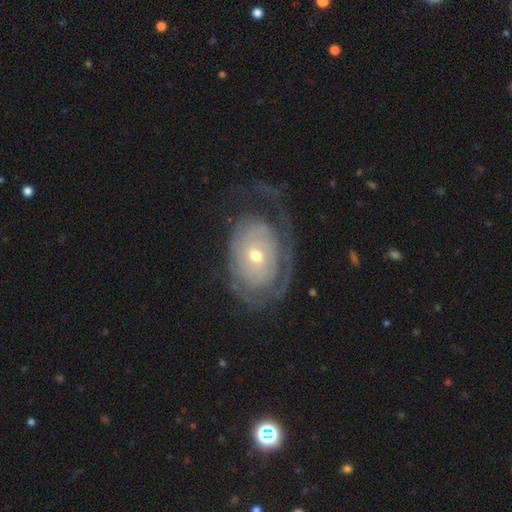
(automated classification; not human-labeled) Overall: featured or disk (74%). Edge-on disk: no (95%). Bar: no (79%). Spiral arms: yes (70%). Bulge size: small (53%; moderate 42%). Merging: none (49%; major disturbance 30%).